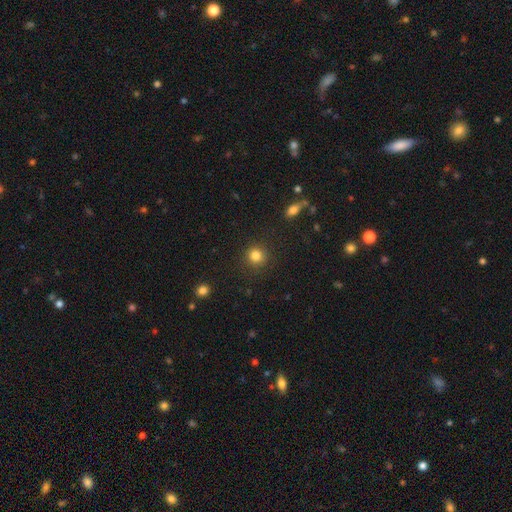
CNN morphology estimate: This is clearly a smooth galaxy (84%). How rounded: clearly round (91%). Merging: clearly none (89%).